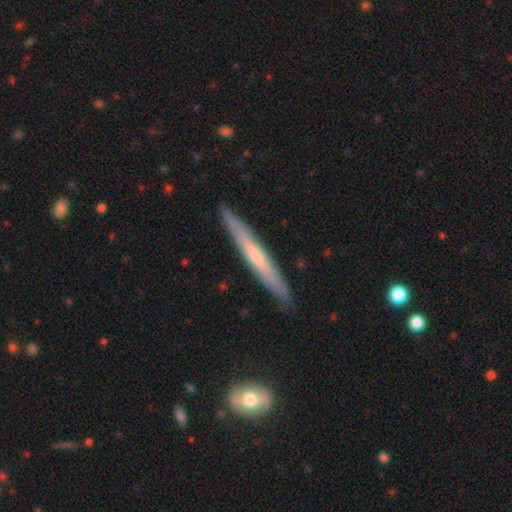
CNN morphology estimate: smooth-or-featured: featured or disk: 53% | smooth: 42% | star or artifact: 6%
  disk-edge-on: yes: 92% | no: 8%
  merging: none: 89% | minor disturbance: 8% | major disturbance: 1% | merger: 1%